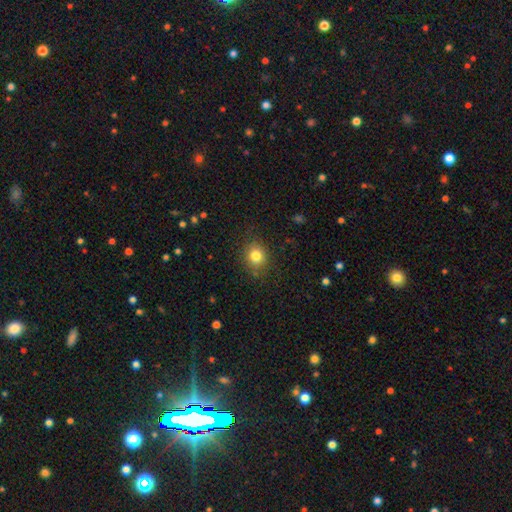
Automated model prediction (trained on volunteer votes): smooth 81%, star or artifact 12%, featured or disk 7%. Down the decision tree: how rounded — round (75%); merging — none (84%).